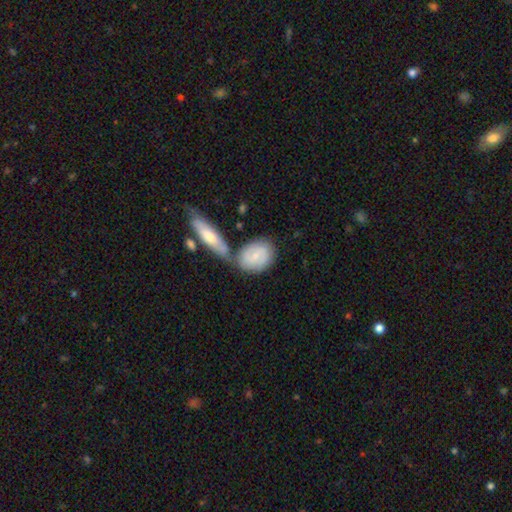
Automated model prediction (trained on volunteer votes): This appears to be a smooth galaxy with no disk features (48%). Merging: none (49%).